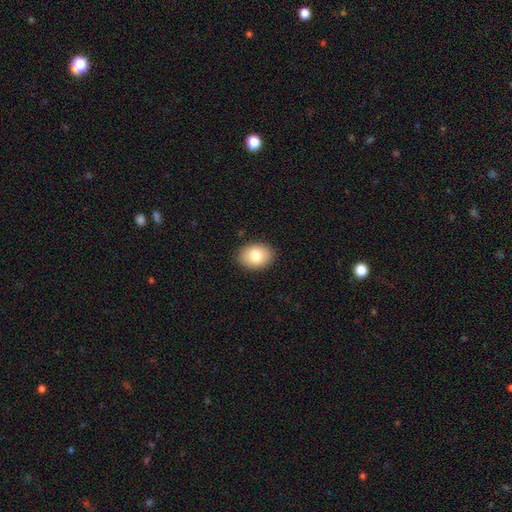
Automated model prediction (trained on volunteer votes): This appears to be a smooth galaxy with no disk features (80%) that is in between round and cigar-shaped (73%). Merging: none (89%).